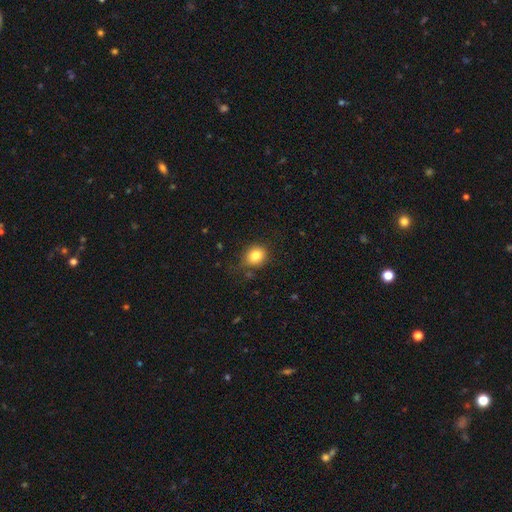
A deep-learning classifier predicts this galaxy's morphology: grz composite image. It shows a smooth galaxy with no disk features (82%) that is round (76%). Merging: none (76%).